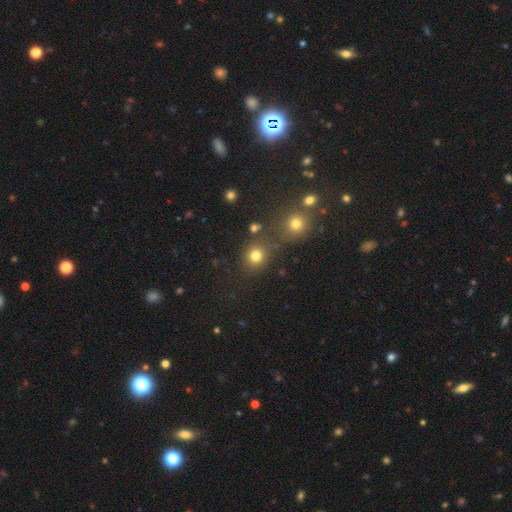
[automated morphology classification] Smooth or featured?
  - smooth: 79% *
  - star or artifact: 15%
  - featured or disk: 6%
How rounded?
  - round: 81% *
  - in between: 18%
  - cigar-shaped: 1%
Merging?
  - none: 75% *
  - merger: 12%
  - minor disturbance: 9%
  - major disturbance: 4%